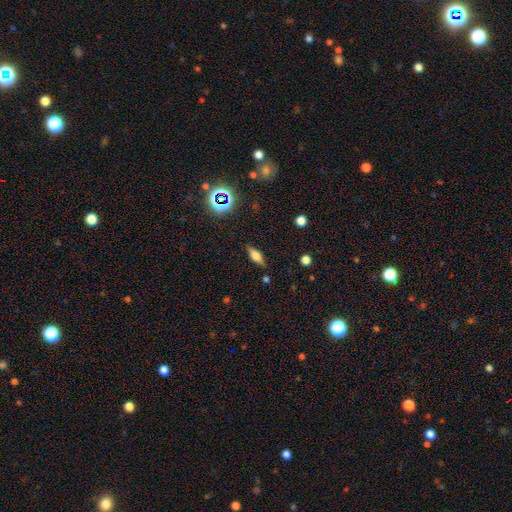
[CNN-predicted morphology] Smooth or featured? Predicted: smooth (p=0.48). Merging? Predicted: none (p=0.84).